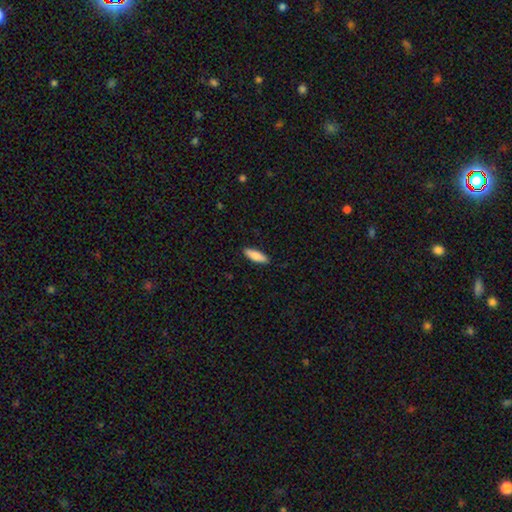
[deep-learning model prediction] Q: Smooth or featured?
A: smooth (84%); runner-up: featured or disk (10%)
Q: How rounded?
A: in between (52%); runner-up: cigar-shaped (47%)
Q: Merging?
A: none (89%); runner-up: minor disturbance (9%)